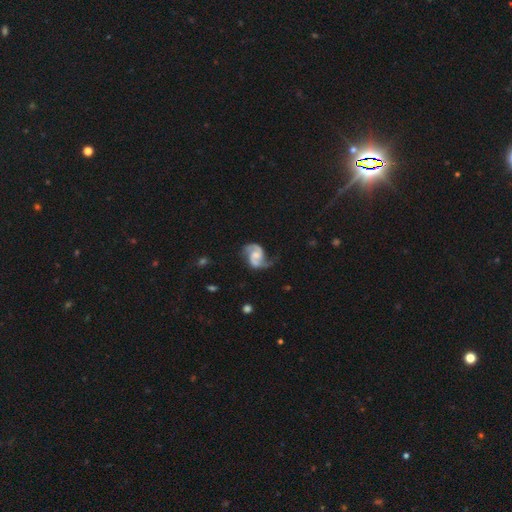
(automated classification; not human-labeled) featured or disk 89%, smooth 6%, star or artifact 5%. Down the decision tree: edge-on disk — no (98%); bar — no (49%); spiral arms — yes (97%); spiral arm count — 2 (93%); spiral winding — medium (52%); bulge size — moderate (39%); merging — none (67%).